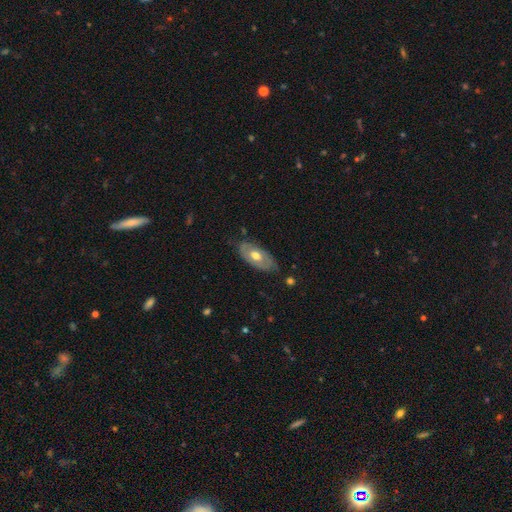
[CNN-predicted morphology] featured or disk 48%, smooth 47%, star or artifact 6%. Down the decision tree: merging — none (73%).